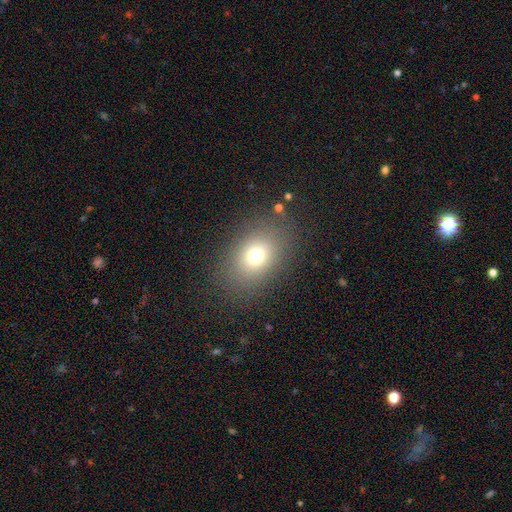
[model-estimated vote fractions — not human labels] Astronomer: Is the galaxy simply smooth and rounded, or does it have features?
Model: smooth — 71%.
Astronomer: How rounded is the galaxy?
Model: in between — 63%.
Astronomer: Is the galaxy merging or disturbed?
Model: none — 83%.